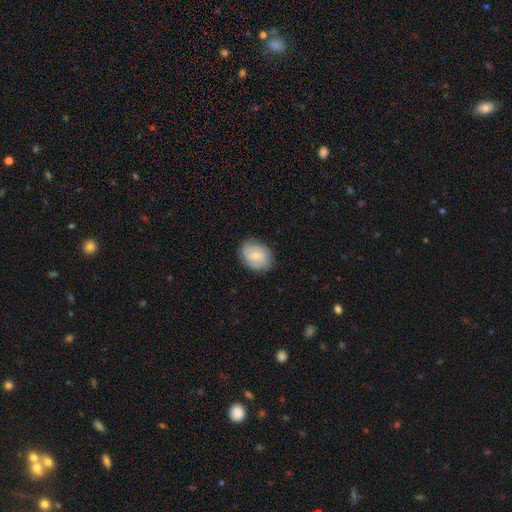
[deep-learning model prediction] Overall: smooth (57%; featured or disk 36%). How rounded: in between (63%; round 36%). Merging: none (82%).